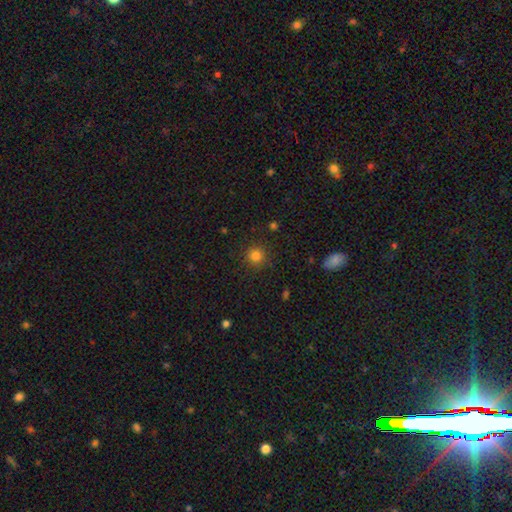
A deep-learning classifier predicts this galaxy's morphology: This appears to be a smooth galaxy with no disk features (82%) that is round (94%). Merging: none (89%).